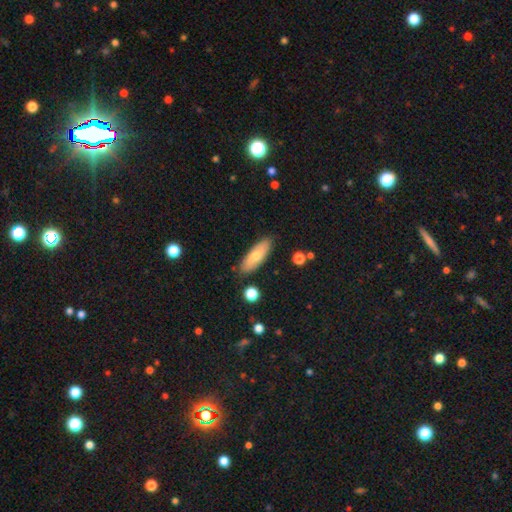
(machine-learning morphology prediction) Smooth or featured: smooth — 64% (featured or disk — 29%)
How rounded: in between — 61% (cigar-shaped — 36%)
Merging: none — 86% (minor disturbance — 10%)